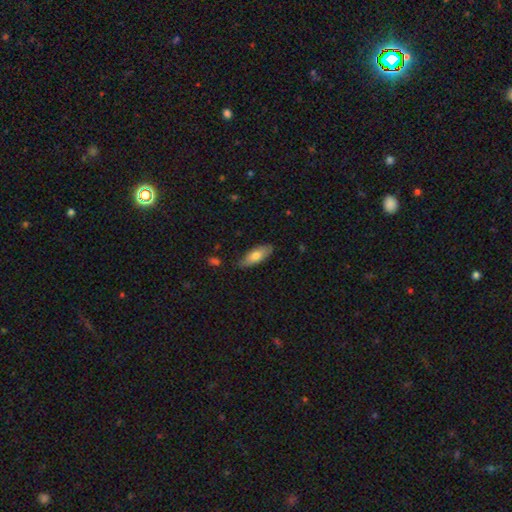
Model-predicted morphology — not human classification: Smooth or featured? Predicted: smooth (p=0.72). How rounded? Predicted: in between (p=0.74). Merging? Predicted: none (p=0.79).